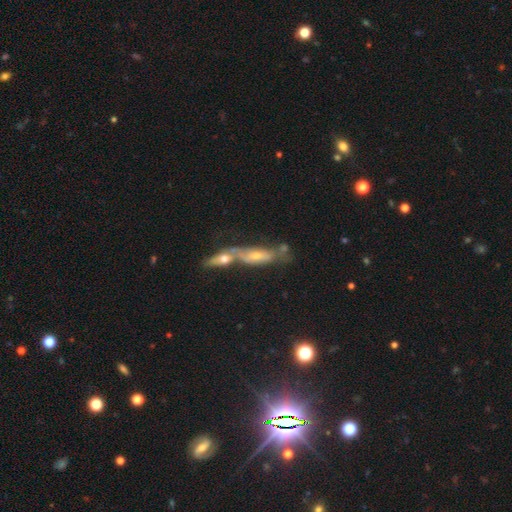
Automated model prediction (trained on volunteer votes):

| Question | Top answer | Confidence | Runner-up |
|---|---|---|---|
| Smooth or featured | featured or disk | 60% | smooth (28%) |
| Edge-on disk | yes | 50% | tied: no (50%) |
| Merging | merger | 45% | none (36%) |